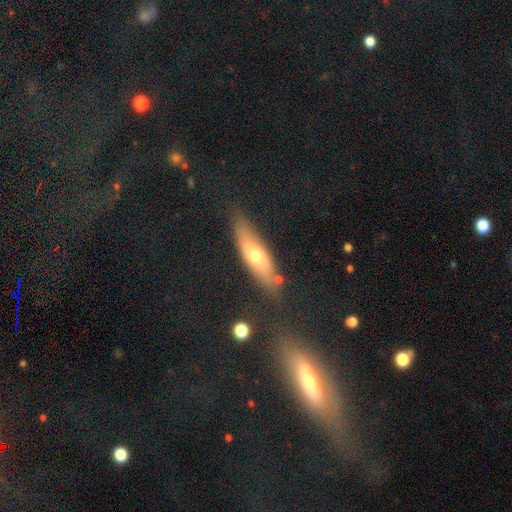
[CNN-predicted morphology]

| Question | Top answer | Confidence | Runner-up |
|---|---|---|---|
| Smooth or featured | smooth | 54% | featured or disk (36%) |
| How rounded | cigar-shaped | 56% | in between (41%) |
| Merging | none | 75% | minor disturbance (17%) |